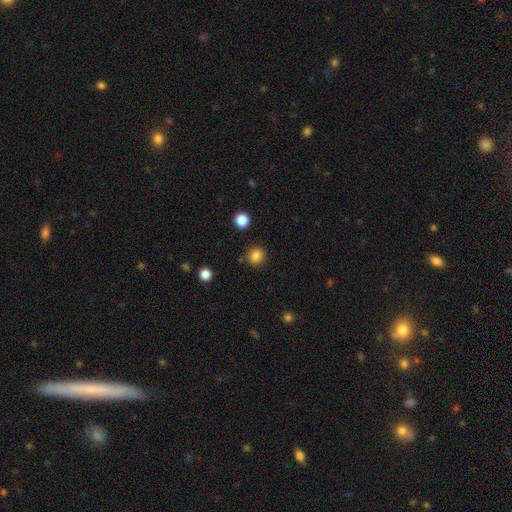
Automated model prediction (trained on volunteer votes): Smooth or featured: smooth — 85% (star or artifact — 12%)
How rounded: round — 88% (in between — 11%)
Merging: none — 87% (minor disturbance — 8%)